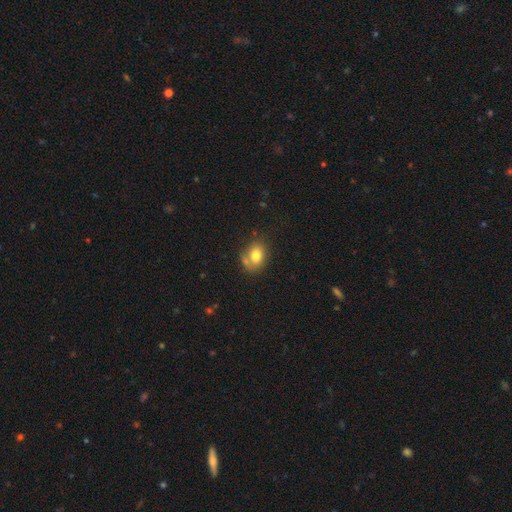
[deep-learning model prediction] smooth_or_featured: smooth (p=0.77) [alt: featured or disk p=0.14]
how_rounded: in between (p=0.64) [alt: round p=0.35]
merging: none (p=0.53) [alt: merger p=0.20]